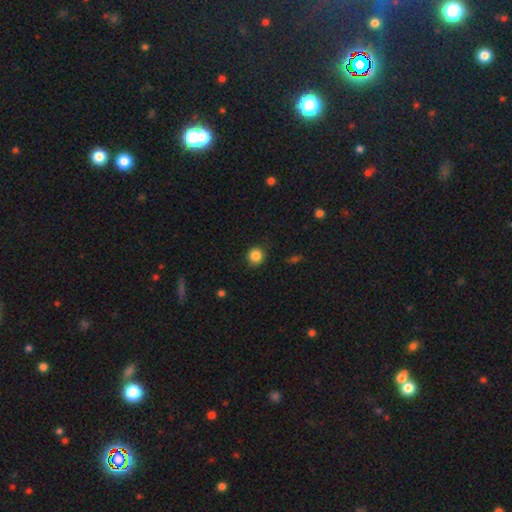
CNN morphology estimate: The model was most divided on "smooth or featured": smooth: 86%, star or artifact: 10%, featured or disk: 4%. More confident: how rounded — round (88%); merging — none (86%).